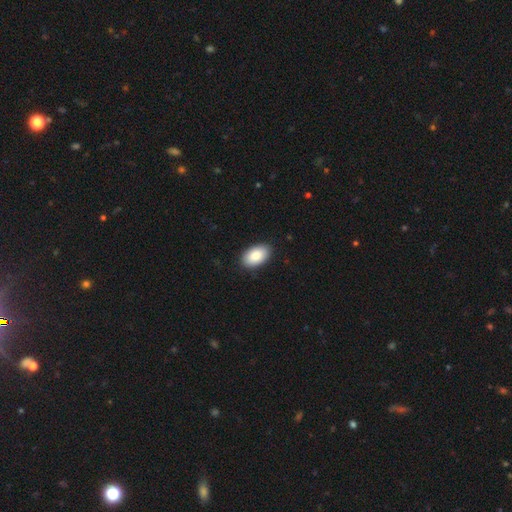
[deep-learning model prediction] This is clearly a smooth galaxy (88%). How rounded: clearly in between (94%). Merging: clearly none (89%).